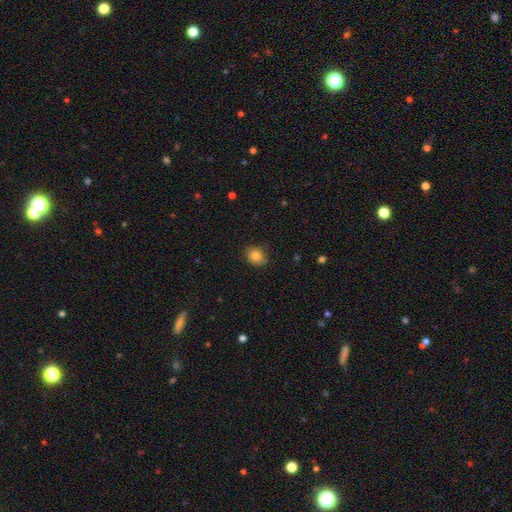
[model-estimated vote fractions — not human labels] Smooth or featured: smooth — 83% (star or artifact — 10%)
How rounded: round — 60% (in between — 39%)
Merging: none — 86% (minor disturbance — 11%)